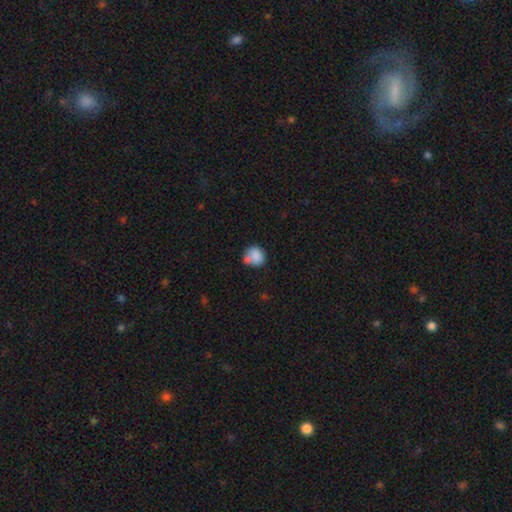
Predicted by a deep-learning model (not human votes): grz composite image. It shows a smooth galaxy with no disk features (83%) that is round (84%). Merging: none (55%).